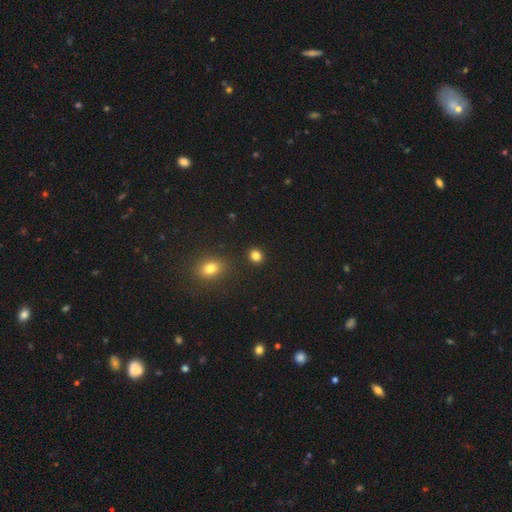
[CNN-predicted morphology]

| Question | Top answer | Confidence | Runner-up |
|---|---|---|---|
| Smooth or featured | smooth | 83% | star or artifact (12%) |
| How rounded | round | 79% | in between (20%) |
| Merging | none | 89% | minor disturbance (6%) |